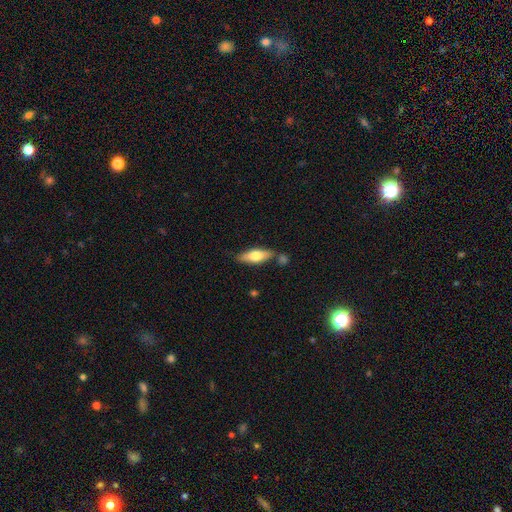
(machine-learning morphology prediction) smooth_or_featured: smooth (p=0.63) [alt: featured or disk p=0.32]
how_rounded: in between (p=0.62) [alt: cigar-shaped p=0.35]
merging: none (p=0.70) [alt: minor disturbance p=0.14]